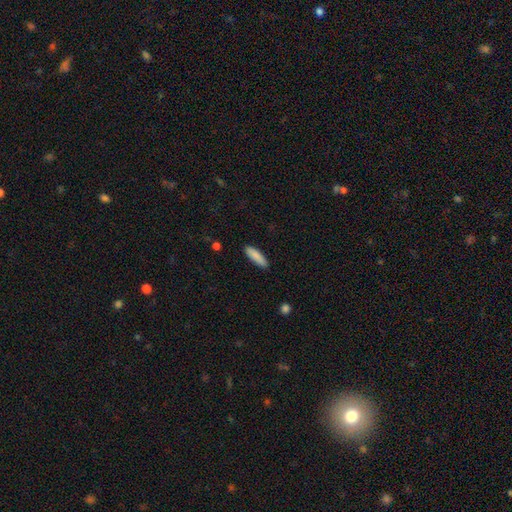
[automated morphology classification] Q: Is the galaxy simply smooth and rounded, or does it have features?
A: smooth — 87%.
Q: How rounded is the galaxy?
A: cigar-shaped — 61%.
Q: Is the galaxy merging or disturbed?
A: none — 89%.